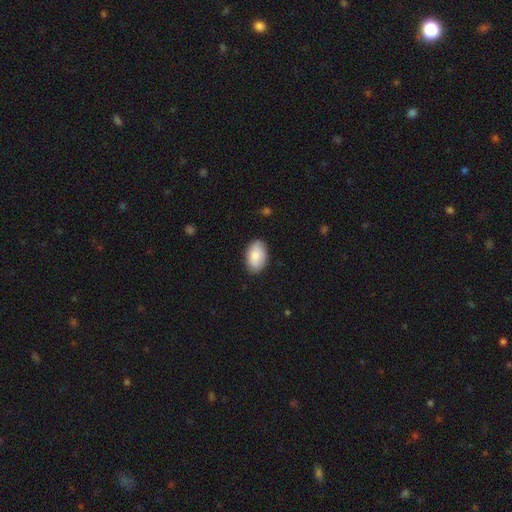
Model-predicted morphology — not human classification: Smooth or featured?
  - smooth: 83% *
  - featured or disk: 11%
  - star or artifact: 6%
How rounded?
  - in between: 93% *
  - round: 6%
  - cigar-shaped: 1%
Merging?
  - none: 84% *
  - minor disturbance: 13%
  - major disturbance: 2%
  - merger: 1%